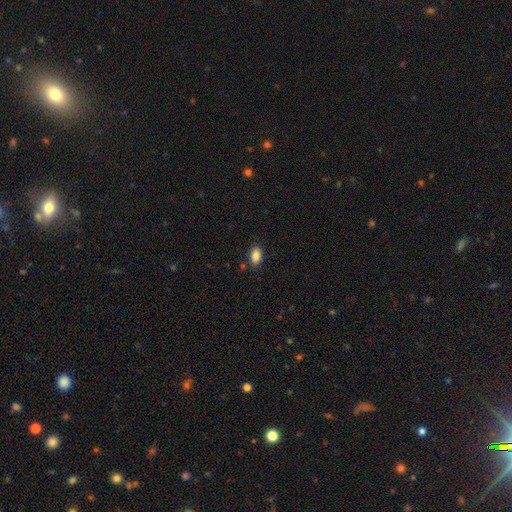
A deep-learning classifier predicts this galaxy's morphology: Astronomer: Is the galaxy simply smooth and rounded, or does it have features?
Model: smooth — 88%.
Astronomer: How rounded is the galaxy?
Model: in between — 92%.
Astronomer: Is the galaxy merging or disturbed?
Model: none — 85%.